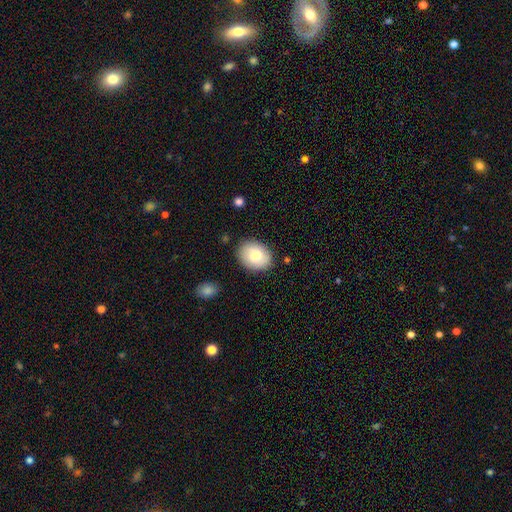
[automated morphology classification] This appears to be a smooth galaxy with no disk features (82%) that is in between round and cigar-shaped (69%). Merging: none (84%).